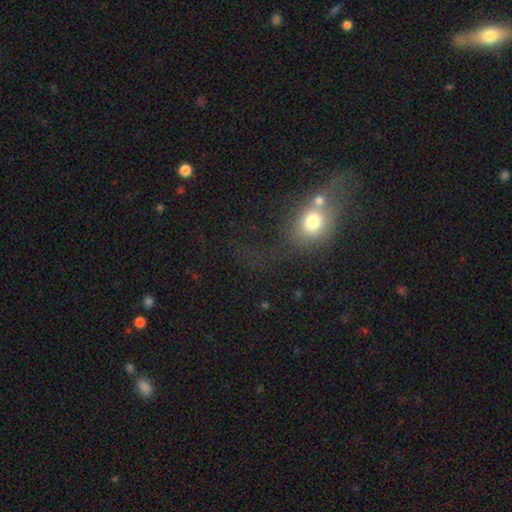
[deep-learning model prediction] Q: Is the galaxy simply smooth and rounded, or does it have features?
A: smooth — 52%.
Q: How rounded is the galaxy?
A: round — 66%.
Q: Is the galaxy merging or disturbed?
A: merger — 31%.